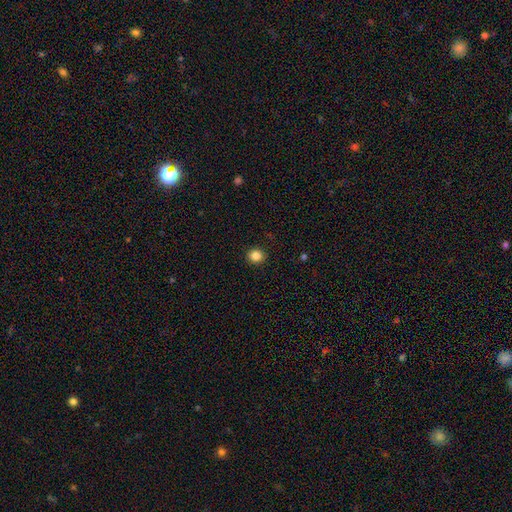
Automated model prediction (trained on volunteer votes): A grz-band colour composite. It shows a smooth galaxy with no disk features (85%) that is round (91%). Merging: none (92%).